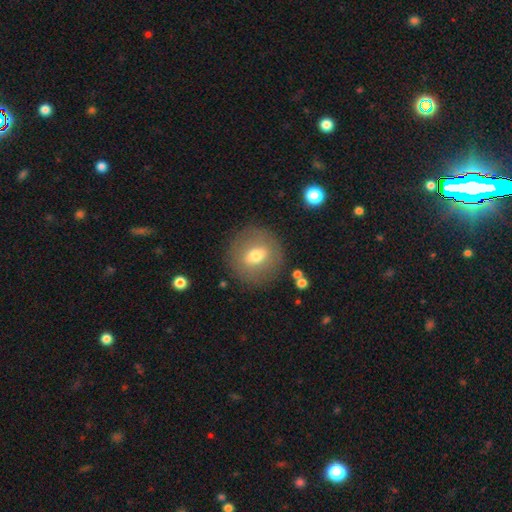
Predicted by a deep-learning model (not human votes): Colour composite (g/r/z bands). It shows a smooth galaxy with no disk features (59%) that is round (85%). Merging: none (86%).